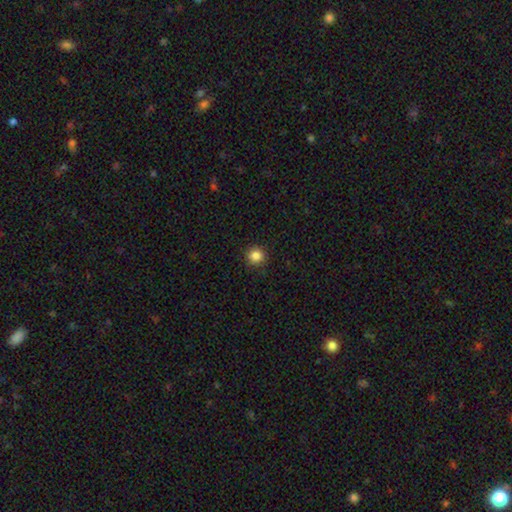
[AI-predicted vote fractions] smooth_or_featured: smooth (p=0.85) [alt: star or artifact p=0.11]
how_rounded: round (p=0.94) [alt: in between p=0.05]
merging: none (p=0.92) [alt: minor disturbance p=0.05]